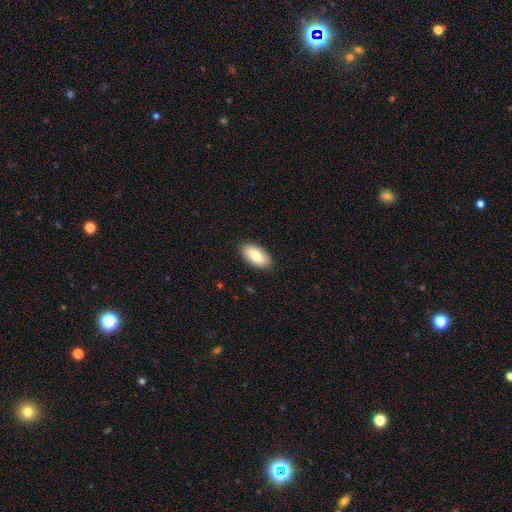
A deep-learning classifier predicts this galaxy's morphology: smooth_or_featured: smooth (p=0.79) [alt: featured or disk p=0.15]
how_rounded: in between (p=0.93) [alt: cigar-shaped p=0.04]
merging: none (p=0.89) [alt: minor disturbance p=0.08]